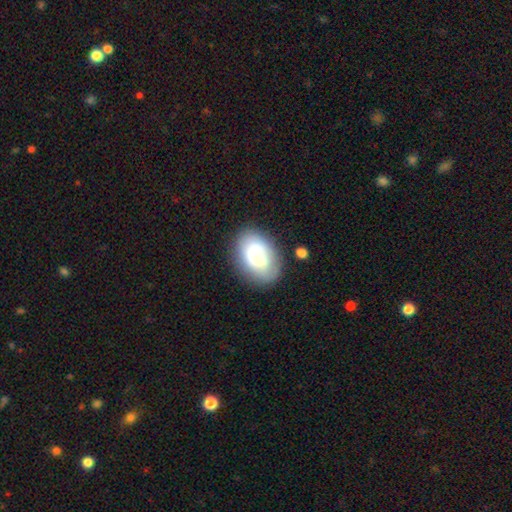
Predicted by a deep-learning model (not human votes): This appears to be a smooth galaxy with no disk features (69%) that is in between round and cigar-shaped (83%). Merging: none (74%).